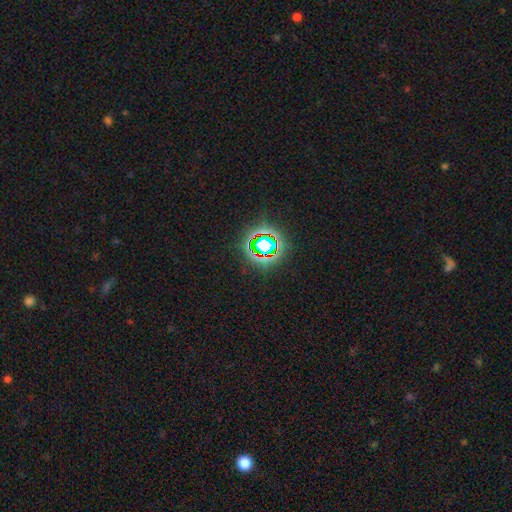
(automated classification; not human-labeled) Smooth or featured?
  - star or artifact: 77% *
  - smooth: 16%
  - featured or disk: 7%